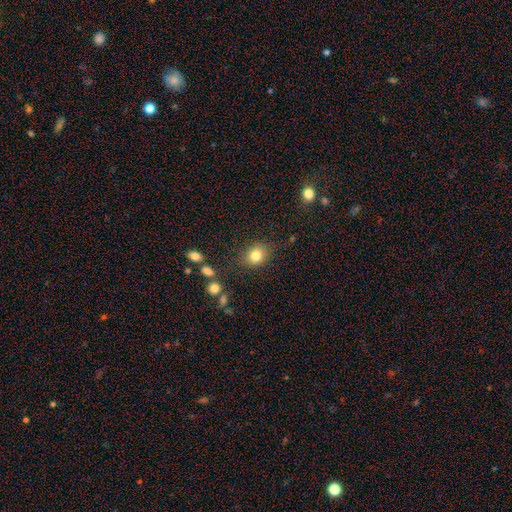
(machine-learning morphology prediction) Smooth or featured?
  - smooth: 81% *
  - star or artifact: 11%
  - featured or disk: 8%
How rounded?
  - round: 60% *
  - in between: 39%
  - cigar-shaped: 1%
Merging?
  - none: 81% *
  - minor disturbance: 12%
  - major disturbance: 4%
  - merger: 3%